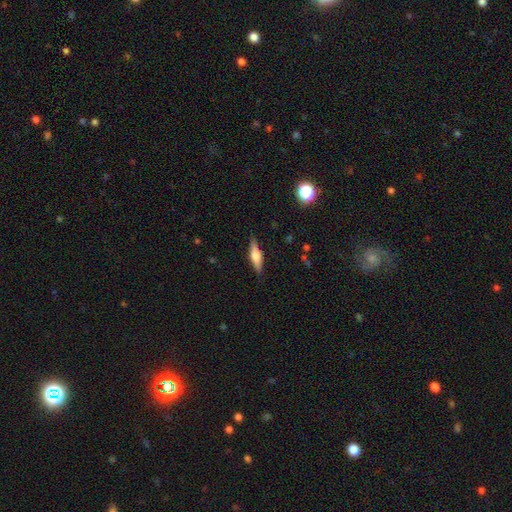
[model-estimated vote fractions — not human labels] A featured or disk galaxy (54%) viewed edge-on (95%) with a rounded central bulge (90%). Merging: none (88%).